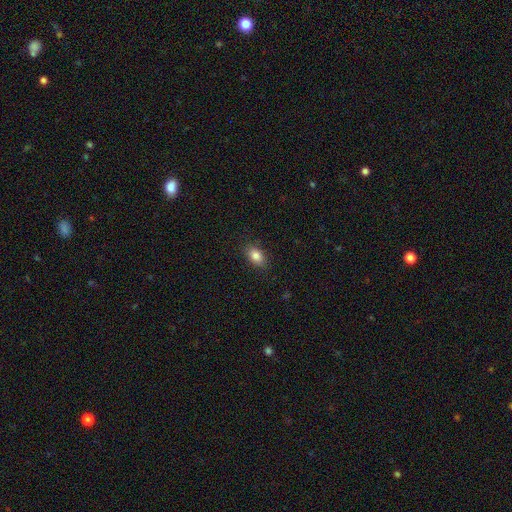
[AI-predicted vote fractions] This is clearly a smooth galaxy (84%). How rounded: clearly in between (86%). Merging: clearly none (86%).